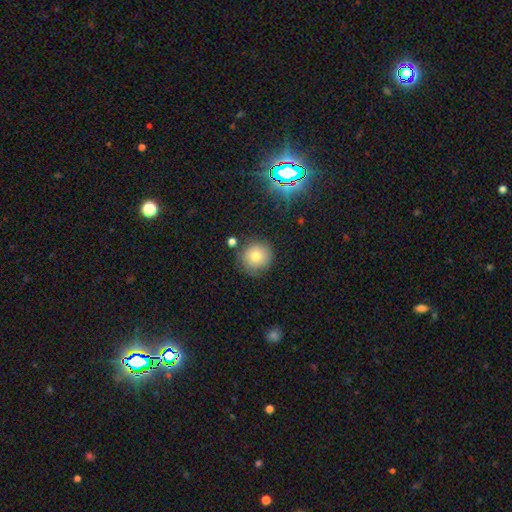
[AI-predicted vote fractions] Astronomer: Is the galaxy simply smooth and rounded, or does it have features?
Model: smooth — 75%.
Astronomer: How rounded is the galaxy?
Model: round — 93%.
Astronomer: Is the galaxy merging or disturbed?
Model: none — 80%.